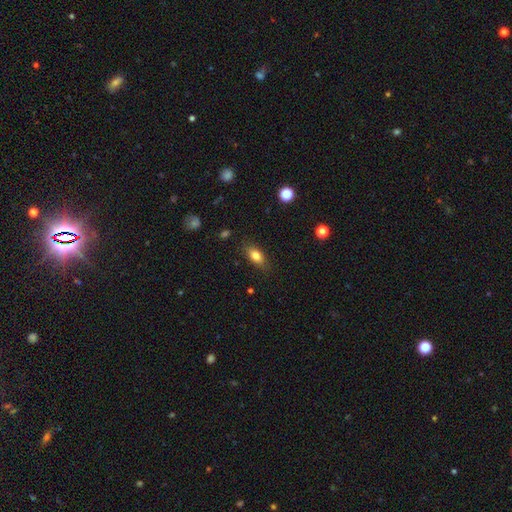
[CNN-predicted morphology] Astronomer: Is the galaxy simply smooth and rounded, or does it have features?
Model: smooth — 80%.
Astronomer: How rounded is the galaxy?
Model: in between — 83%.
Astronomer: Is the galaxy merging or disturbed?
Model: none — 82%.